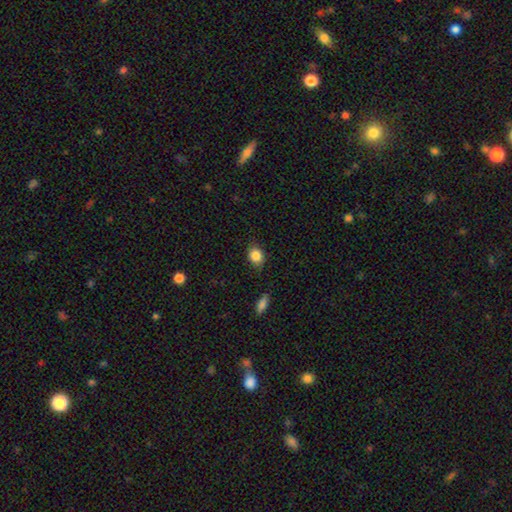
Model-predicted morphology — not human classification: Smooth or featured? smooth (85%)
How rounded? in between (51%)
Merging? none (76%)